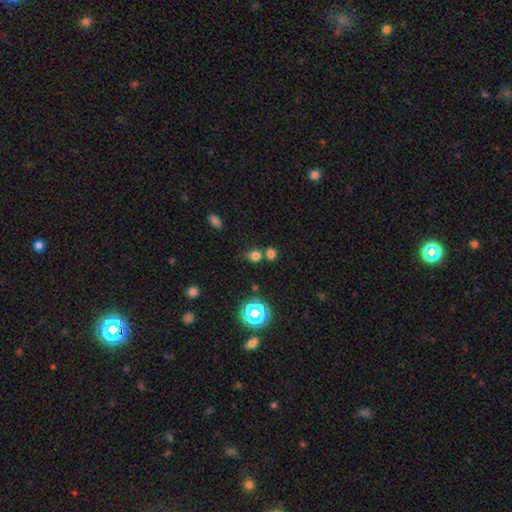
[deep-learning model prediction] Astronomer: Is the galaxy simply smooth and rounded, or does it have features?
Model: smooth — 70%.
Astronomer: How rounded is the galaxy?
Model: round — 73%.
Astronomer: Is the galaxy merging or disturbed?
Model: none — 55% (runner-up: merger, 31%).